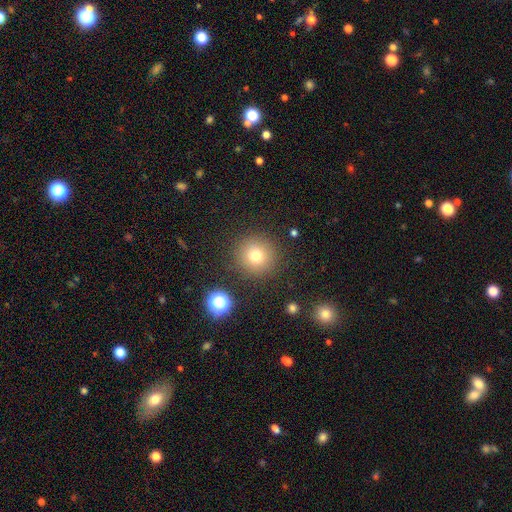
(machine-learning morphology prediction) This is likely a smooth galaxy (75%). How rounded: clearly round (95%). Merging: clearly none (88%).